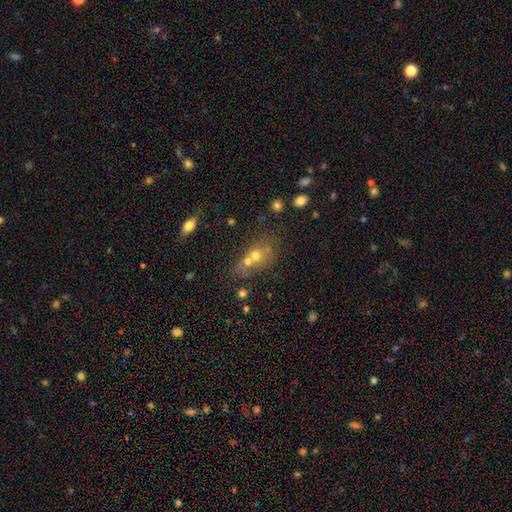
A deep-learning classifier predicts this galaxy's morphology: smooth_or_featured: smooth (p=0.59) [alt: featured or disk p=0.23]
how_rounded: round (p=0.57) [alt: in between p=0.39]
merging: merger (p=0.55) [alt: none p=0.31]